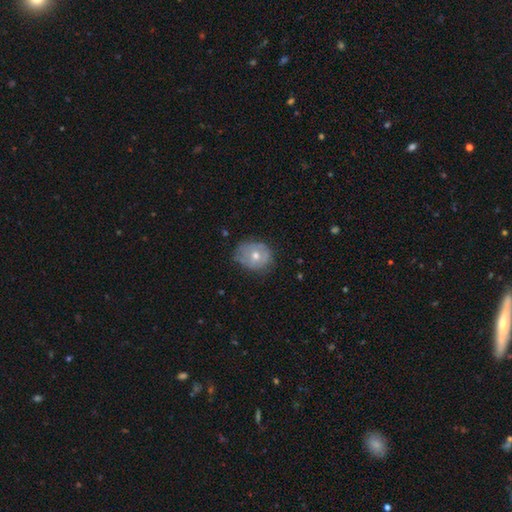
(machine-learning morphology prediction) featured or disk 47%, smooth 43%, star or artifact 10%. Down the decision tree: merging — none (68%).